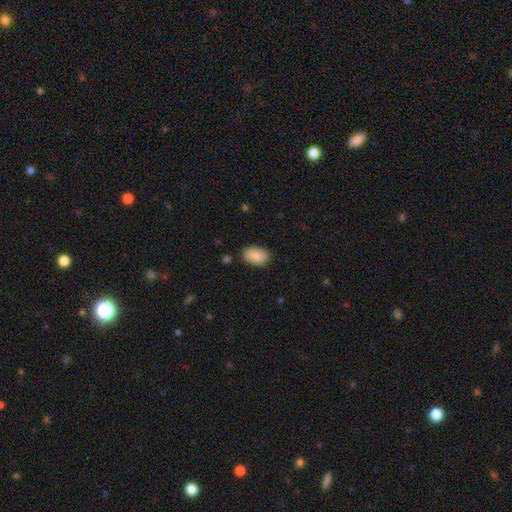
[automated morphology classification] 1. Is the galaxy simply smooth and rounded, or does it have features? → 89% smooth, 6% star or artifact, 5% featured or disk.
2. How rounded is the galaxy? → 89% in between, 10% round, 1% cigar-shaped.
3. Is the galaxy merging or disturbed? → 83% none, 13% minor disturbance, 3% major disturbance, 1% merger.